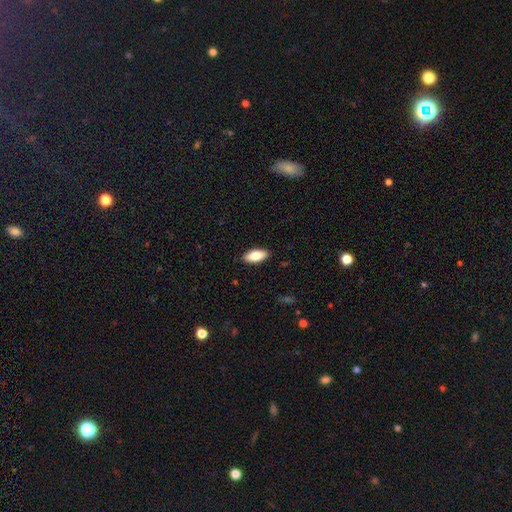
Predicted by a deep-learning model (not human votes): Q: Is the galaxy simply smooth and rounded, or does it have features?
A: smooth — 81%.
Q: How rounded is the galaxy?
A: in between — 89%.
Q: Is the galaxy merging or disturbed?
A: none — 89%.